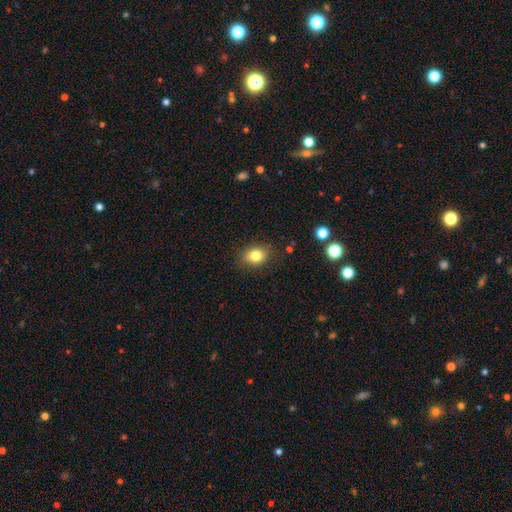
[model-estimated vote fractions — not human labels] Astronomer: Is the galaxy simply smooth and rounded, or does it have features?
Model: smooth — 82%.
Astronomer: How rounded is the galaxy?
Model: in between — 57% (runner-up: round, 42%).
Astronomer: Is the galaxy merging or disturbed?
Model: none — 85%.